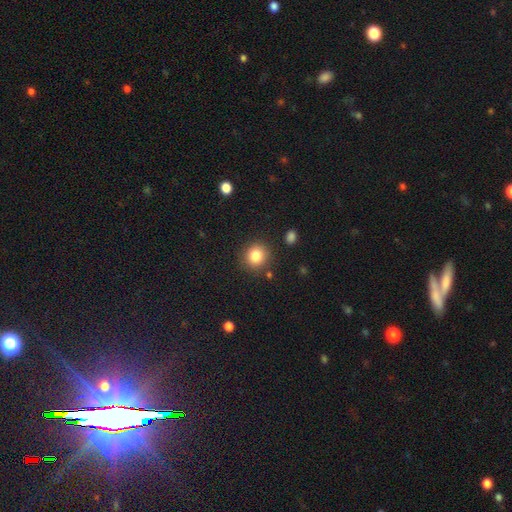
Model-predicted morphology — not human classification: type=smooth (83%); roundness=round (87%); merging=none (87%).